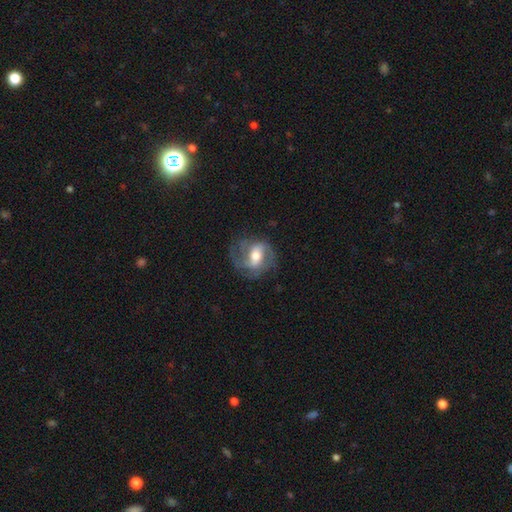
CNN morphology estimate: Smooth or featured?
  - featured or disk: 75% *
  - smooth: 19%
  - star or artifact: 6%
Edge-on disk?
  - no: 96% *
  - yes: 4%
Bar?
  - weak: 44% *
  - strong: 30%
  - no: 26%
Spiral arms?
  - yes: 89% *
  - no: 11%
Spiral winding?
  - medium: 48% *
  - tight: 27%
  - loose: 25%
Spiral arm count?
  - 2: 65% *
  - can't tell: 14%
  - 3: 11%
  - 1: 6%
  - 4: 2%
  - more than 4: 2%
Bulge size?
  - moderate: 65% *
  - large: 18%
  - small: 14%
  - dominant: 1%
  - none: 1%
Merging?
  - none: 63% *
  - minor disturbance: 20%
  - major disturbance: 16%
  - merger: 1%